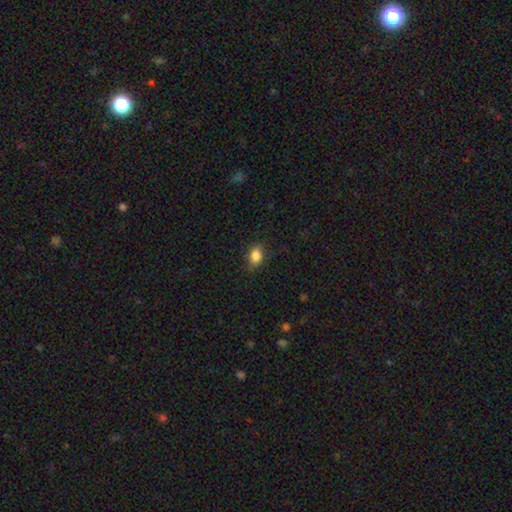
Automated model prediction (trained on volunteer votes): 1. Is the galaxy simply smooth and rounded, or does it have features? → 85% smooth, 10% star or artifact, 5% featured or disk.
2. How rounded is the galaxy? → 73% in between, 25% round, 2% cigar-shaped.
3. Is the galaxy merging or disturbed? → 83% none, 13% minor disturbance, 3% major disturbance, 1% merger.